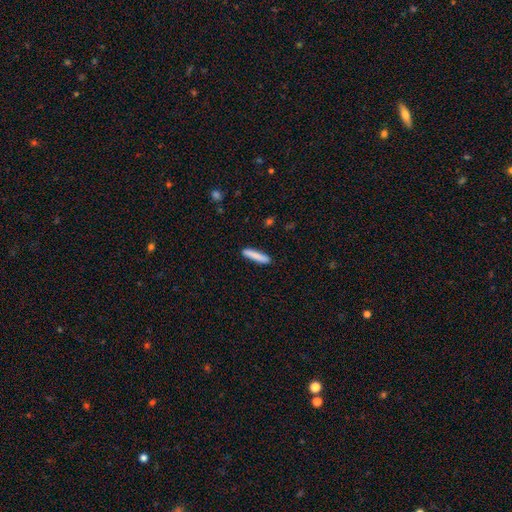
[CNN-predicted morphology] smooth_or_featured: smooth (p=0.86) [alt: featured or disk p=0.08]
how_rounded: cigar-shaped (p=0.90) [alt: in between p=0.09]
merging: none (p=0.90) [alt: minor disturbance p=0.07]